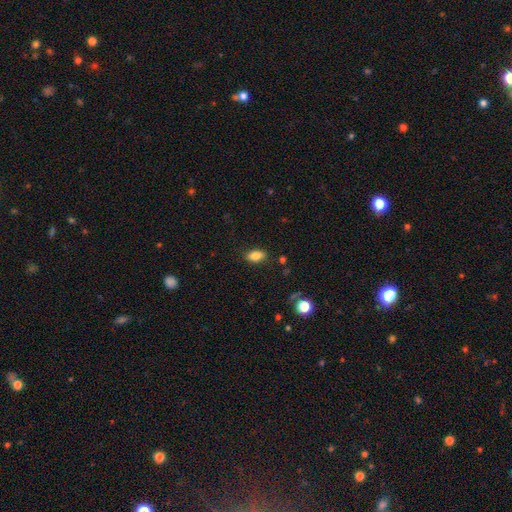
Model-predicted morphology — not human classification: Overall: smooth (82%). How rounded: in between (89%). Merging: none (86%).